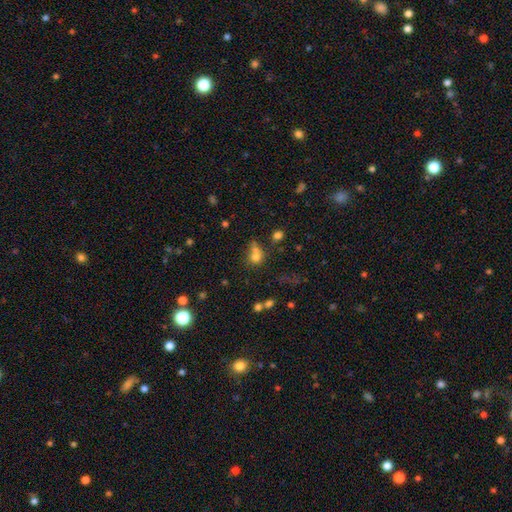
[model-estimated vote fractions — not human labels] Smooth or featured: smooth — 69% (star or artifact — 18%)
How rounded: round — 73% (in between — 25%)
Merging: merger — 42% (none — 38%)